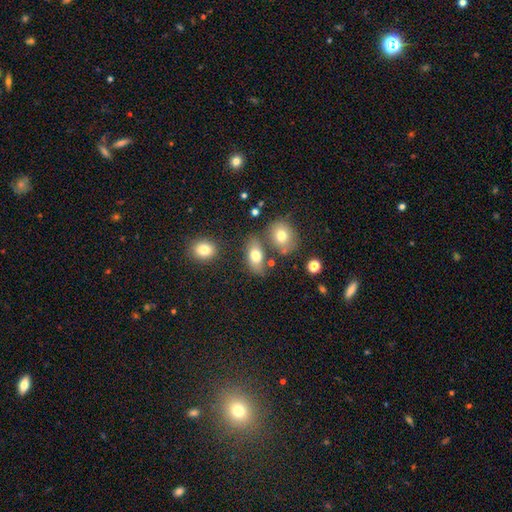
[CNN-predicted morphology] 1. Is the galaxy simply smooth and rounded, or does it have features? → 75% smooth, 15% featured or disk, 10% star or artifact.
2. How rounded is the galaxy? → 86% in between, 10% round, 4% cigar-shaped.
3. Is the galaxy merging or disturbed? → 66% none, 15% merger, 14% minor disturbance, 5% major disturbance.